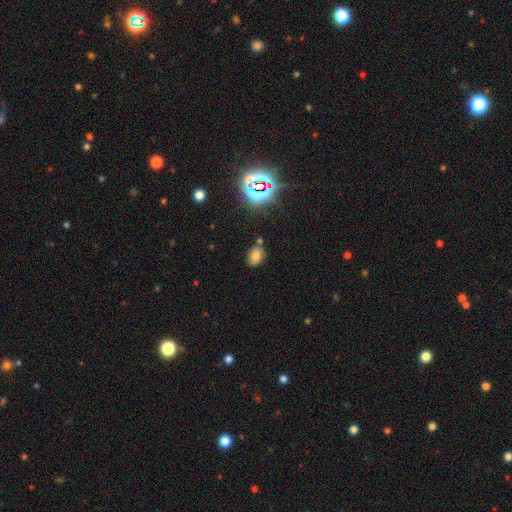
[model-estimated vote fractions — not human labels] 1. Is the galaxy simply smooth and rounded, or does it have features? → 64% smooth, 22% star or artifact, 14% featured or disk.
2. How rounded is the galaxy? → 69% in between, 30% round, 1% cigar-shaped.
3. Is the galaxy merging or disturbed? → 76% none, 14% minor disturbance, 6% merger, 3% major disturbance.